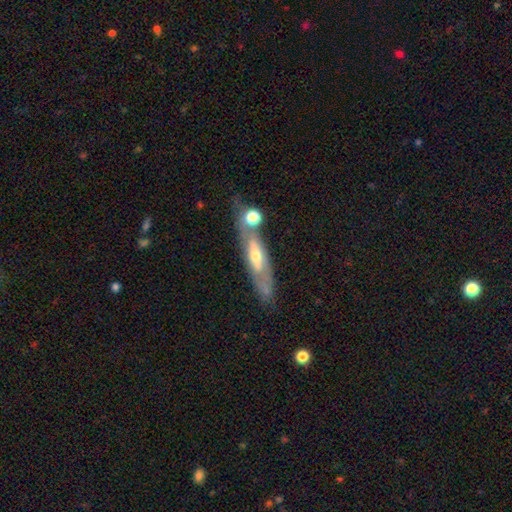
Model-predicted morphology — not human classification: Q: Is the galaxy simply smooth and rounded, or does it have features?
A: featured or disk — 63%.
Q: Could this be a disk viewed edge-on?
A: no — 58%.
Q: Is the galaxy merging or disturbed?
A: none — 56%.